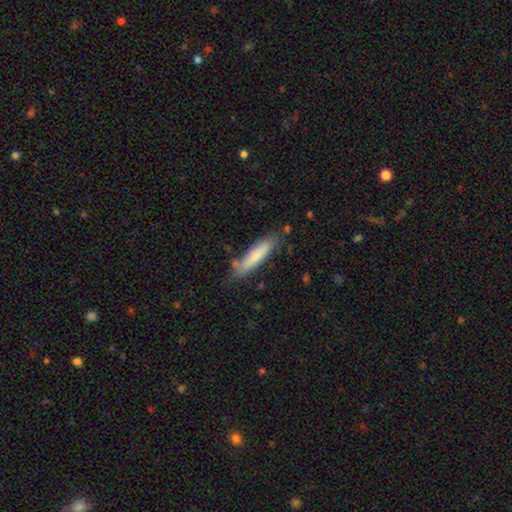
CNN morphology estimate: This is likely a smooth galaxy (74%). How rounded: clearly cigar-shaped (82%). Merging: likely none (74%).